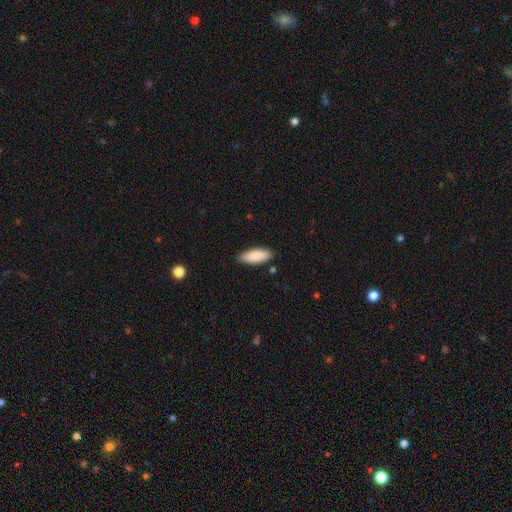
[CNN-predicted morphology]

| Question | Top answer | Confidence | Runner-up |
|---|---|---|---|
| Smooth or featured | smooth | 87% | featured or disk (7%) |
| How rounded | in between | 75% | cigar-shaped (24%) |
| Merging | none | 86% | minor disturbance (10%) |